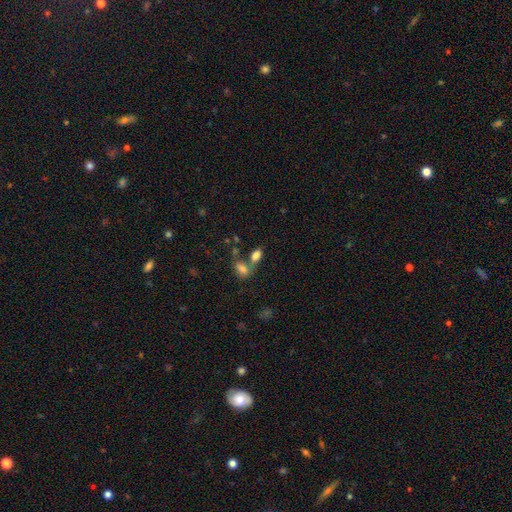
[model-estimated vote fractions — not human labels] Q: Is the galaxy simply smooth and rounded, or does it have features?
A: smooth — 81%.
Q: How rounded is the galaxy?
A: in between — 88%.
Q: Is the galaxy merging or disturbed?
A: merger — 46%.